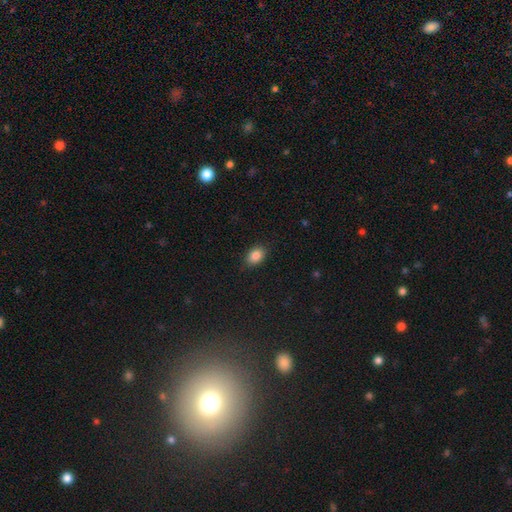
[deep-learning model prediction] smooth 85%, star or artifact 9%, featured or disk 5%. Down the decision tree: how rounded — in between (78%); merging — none (87%).